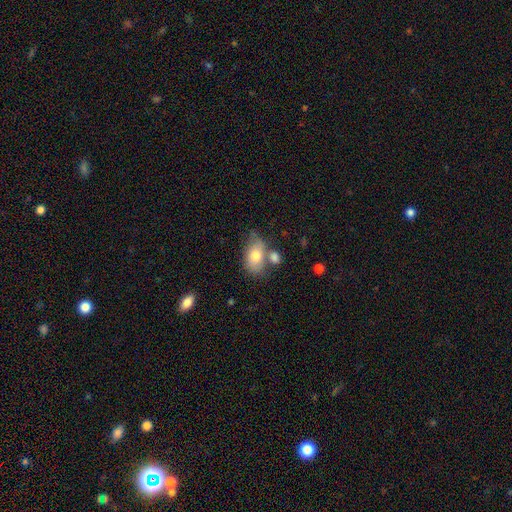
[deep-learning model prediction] Morphology: type=smooth (73%); roundness=in between (88%); merging=none (50%).